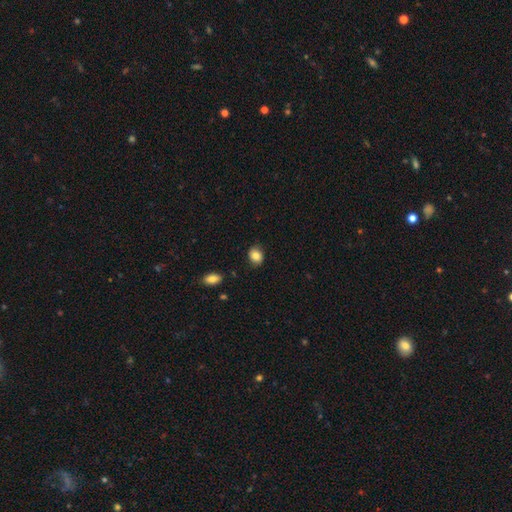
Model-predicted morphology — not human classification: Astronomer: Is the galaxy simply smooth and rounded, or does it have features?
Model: smooth — 83%.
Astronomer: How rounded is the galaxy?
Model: in between — 51% (runner-up: round, 48%).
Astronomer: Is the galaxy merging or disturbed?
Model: none — 82%.